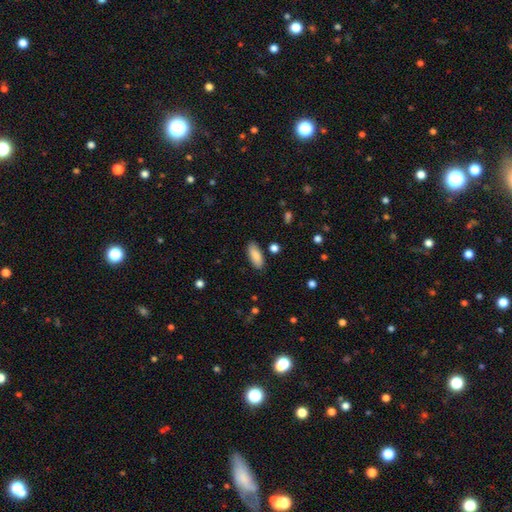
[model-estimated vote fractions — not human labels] smooth-or-featured: smooth: 86% | featured or disk: 7% | star or artifact: 7%
  how-rounded: in between: 79% | cigar-shaped: 19% | round: 2%
  merging: none: 86% | minor disturbance: 10% | major disturbance: 2% | merger: 2%